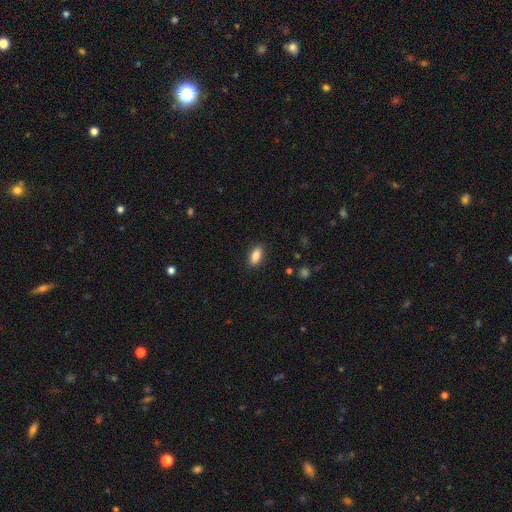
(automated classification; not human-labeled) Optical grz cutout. It shows a smooth galaxy with no disk features (86%) that is in between round and cigar-shaped (88%). Merging: none (88%).